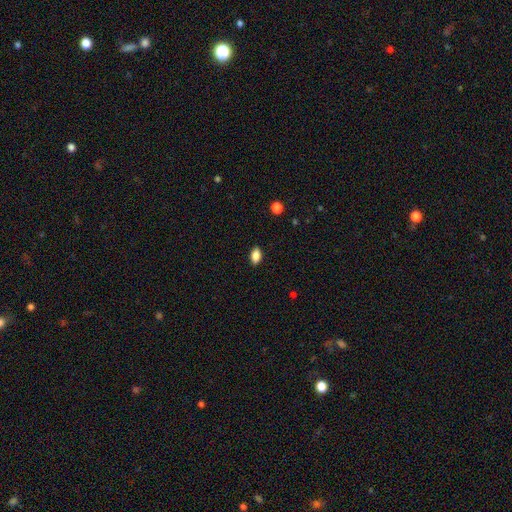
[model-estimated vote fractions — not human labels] Smooth or featured? smooth (86%)
How rounded? in between (90%)
Merging? none (88%)